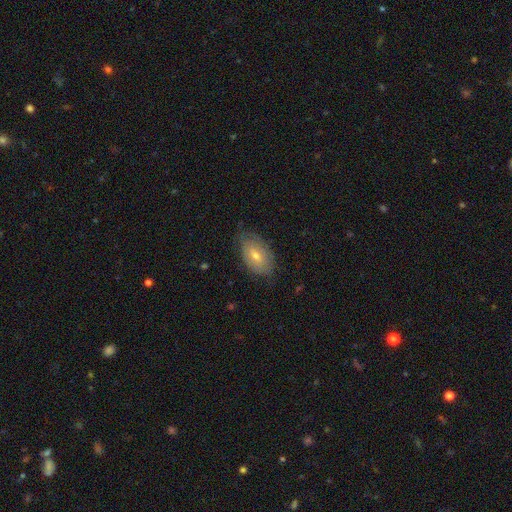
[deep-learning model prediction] This appears to be a smooth galaxy with no disk features (57%) that is in between round and cigar-shaped (90%). Merging: none (70%).